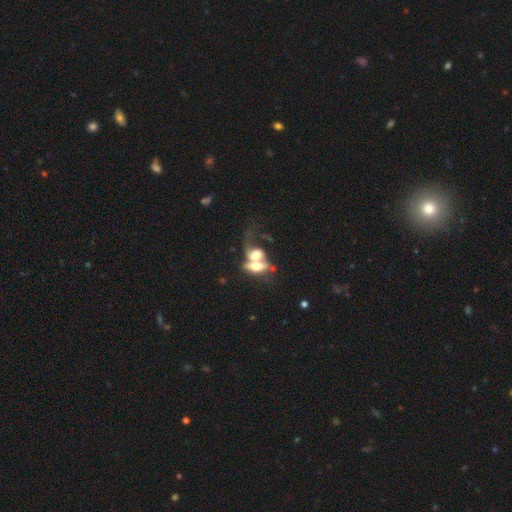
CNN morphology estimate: The model was most divided on "smooth or featured": smooth: 47%, featured or disk: 44%, star or artifact: 9%. More confident: merging — merger (76%).